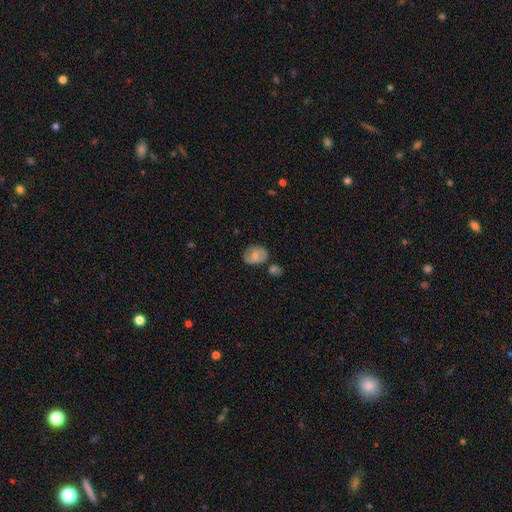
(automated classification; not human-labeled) This appears to be a smooth galaxy with no disk features (53%) that is in between round and cigar-shaped (70%). Merging: none (65%).